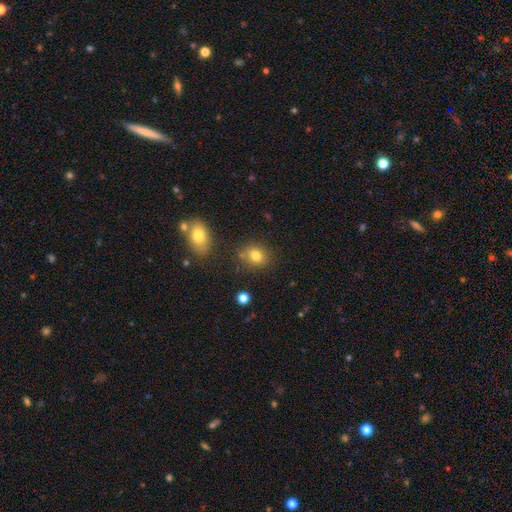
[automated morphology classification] The model was most divided on "how rounded": round: 63%, in between: 36%, cigar-shaped: 1%. More confident: smooth or featured — smooth (79%); merging — none (76%).